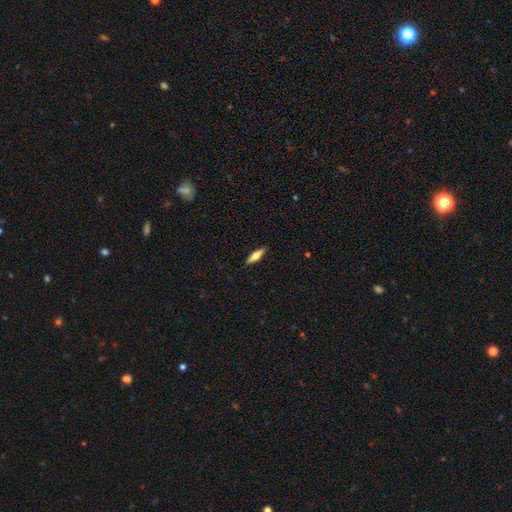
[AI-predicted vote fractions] smooth-or-featured: smooth: 53% | featured or disk: 40% | star or artifact: 6%
  how-rounded: cigar-shaped: 61% | in between: 37% | round: 2%
  merging: none: 89% | minor disturbance: 8% | major disturbance: 2% | merger: 1%